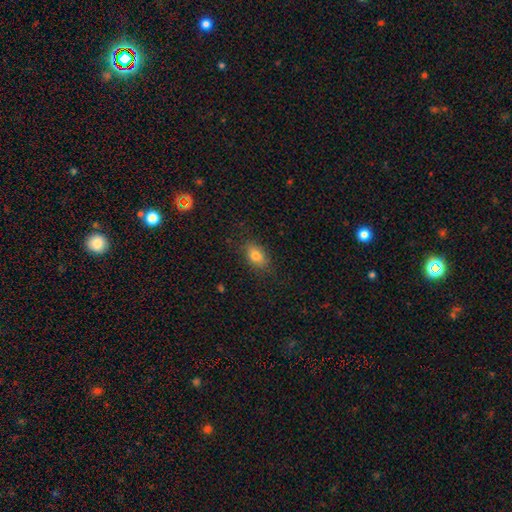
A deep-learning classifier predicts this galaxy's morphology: Smooth or featured: smooth — 80% (featured or disk — 10%)
How rounded: in between — 84% (round — 13%)
Merging: none — 82% (minor disturbance — 13%)